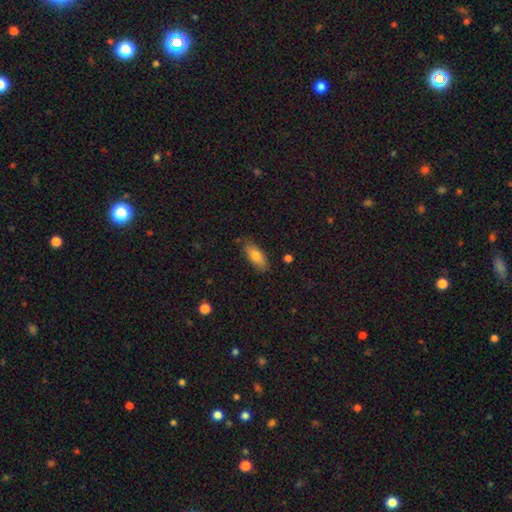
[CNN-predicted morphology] A smooth galaxy with no disk features (77%) that is in between round and cigar-shaped (79%). Merging: none (78%).